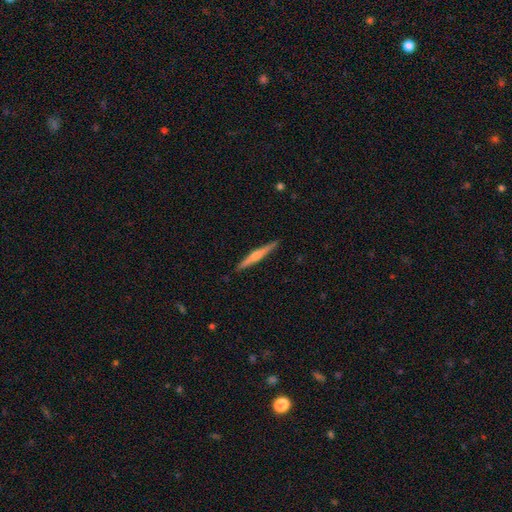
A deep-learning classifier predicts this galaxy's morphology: Smooth or featured? featured or disk (61%)
Edge-on disk? yes (98%)
Edge-on bulge? rounded (74%)
Merging? none (91%)